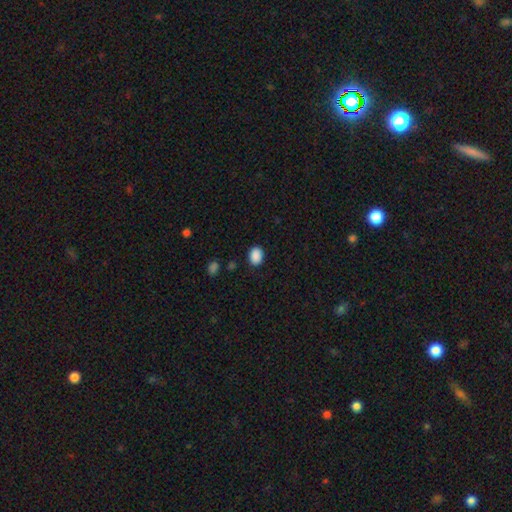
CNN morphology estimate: type=smooth (89%); roundness=in between (71%); merging=none (86%).